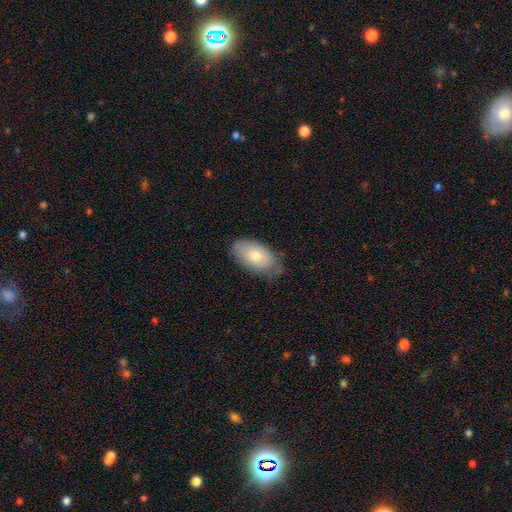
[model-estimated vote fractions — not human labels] A smooth galaxy with no disk features (72%) that is in between round and cigar-shaped (93%). Merging: none (70%).